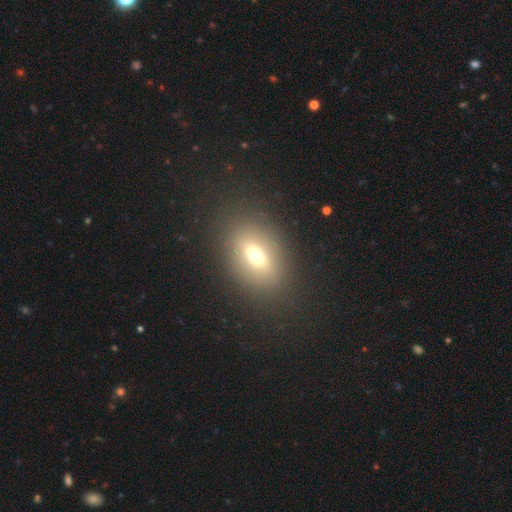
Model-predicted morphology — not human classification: smooth_or_featured: smooth (p=0.62) [alt: featured or disk p=0.24]
how_rounded: in between (p=0.76) [alt: round p=0.18]
merging: none (p=0.85) [alt: minor disturbance p=0.09]